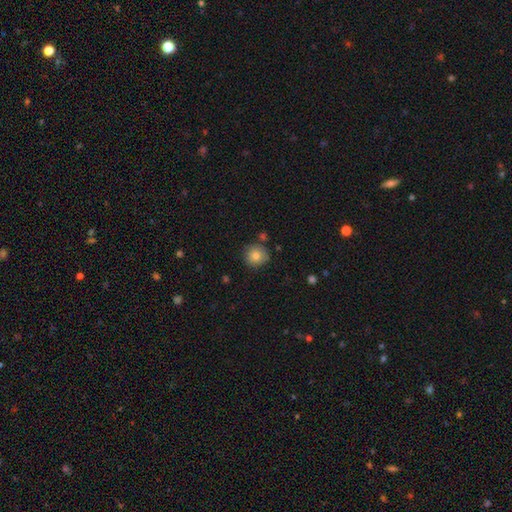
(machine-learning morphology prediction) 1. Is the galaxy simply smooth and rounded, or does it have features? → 81% smooth, 10% star or artifact, 9% featured or disk.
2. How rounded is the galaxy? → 92% round, 7% in between, 1% cigar-shaped.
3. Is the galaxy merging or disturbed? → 83% none, 10% minor disturbance, 4% merger, 2% major disturbance.